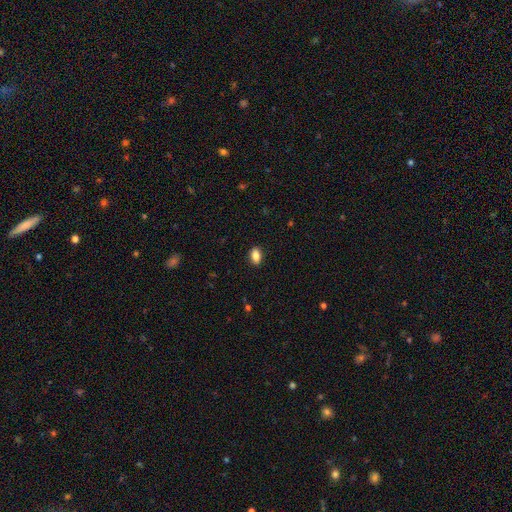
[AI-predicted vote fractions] Overall: smooth (84%). How rounded: in between (87%). Merging: none (88%).